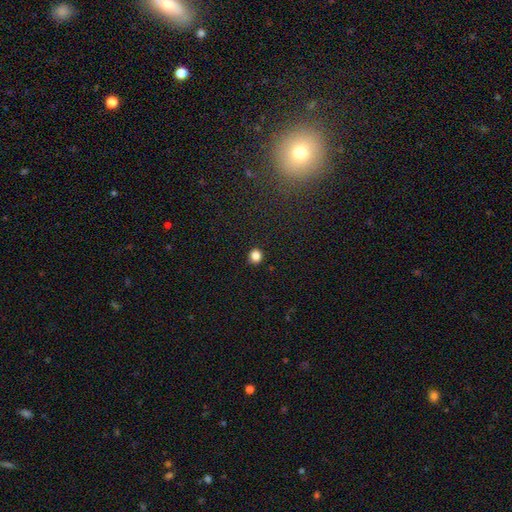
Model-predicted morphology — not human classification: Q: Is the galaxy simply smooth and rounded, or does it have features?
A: smooth — 84%.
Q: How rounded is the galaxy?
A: round — 87%.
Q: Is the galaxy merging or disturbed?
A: none — 91%.